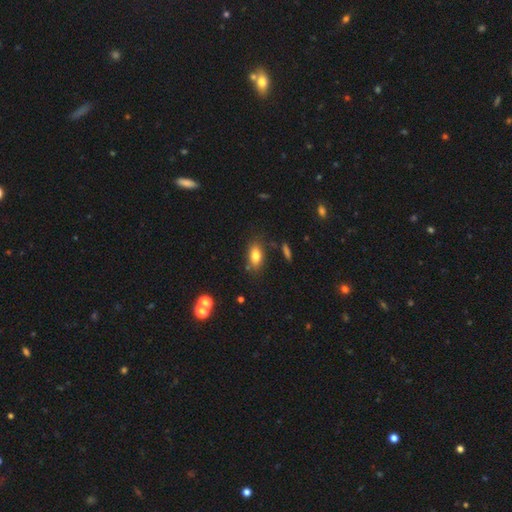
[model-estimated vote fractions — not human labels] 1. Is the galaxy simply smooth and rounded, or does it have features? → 80% smooth, 11% featured or disk, 9% star or artifact.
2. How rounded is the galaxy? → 86% in between, 8% round, 6% cigar-shaped.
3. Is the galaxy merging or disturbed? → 78% none, 14% minor disturbance, 5% merger, 4% major disturbance.